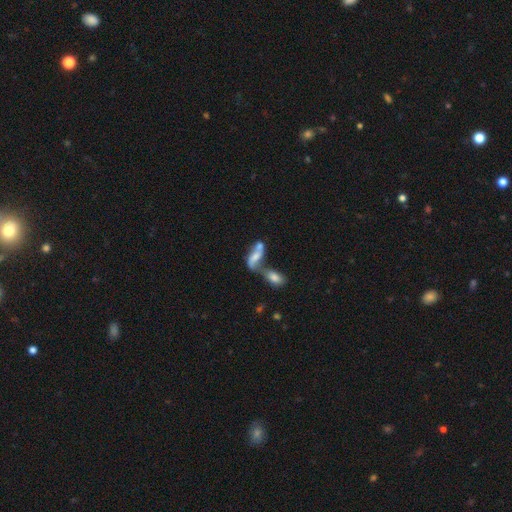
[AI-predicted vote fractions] This is possibly a featured or disk galaxy (45%, tied with smooth). Merging: likely merger (63%).